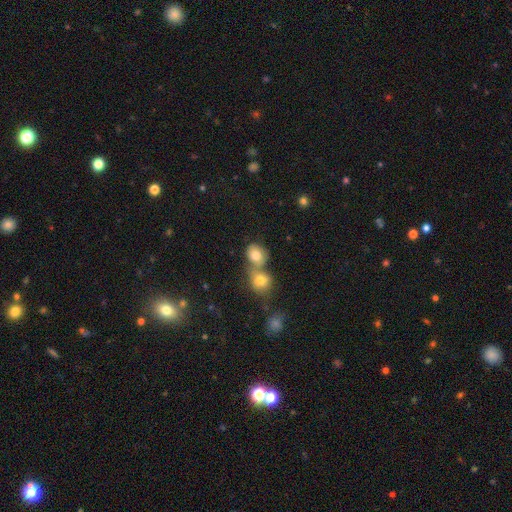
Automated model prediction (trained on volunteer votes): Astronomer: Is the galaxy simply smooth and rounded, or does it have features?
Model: smooth — 79%.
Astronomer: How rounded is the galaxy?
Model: round — 69%.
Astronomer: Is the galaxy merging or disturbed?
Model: merger — 49% (runner-up: none, 38%).